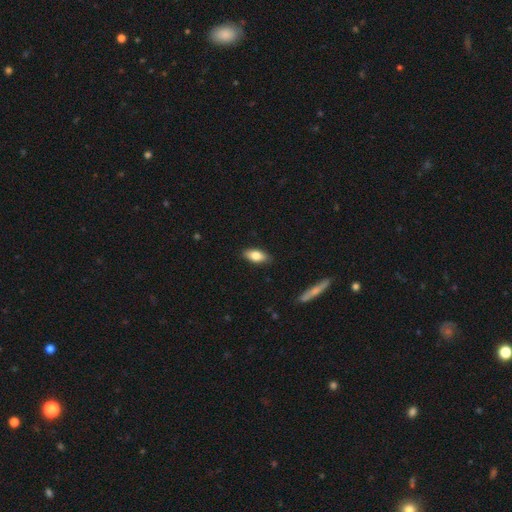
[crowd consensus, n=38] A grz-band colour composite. It shows a smooth galaxy with no disk features (61%) that is in between round and cigar-shaped (91%). Merging: none (97%).